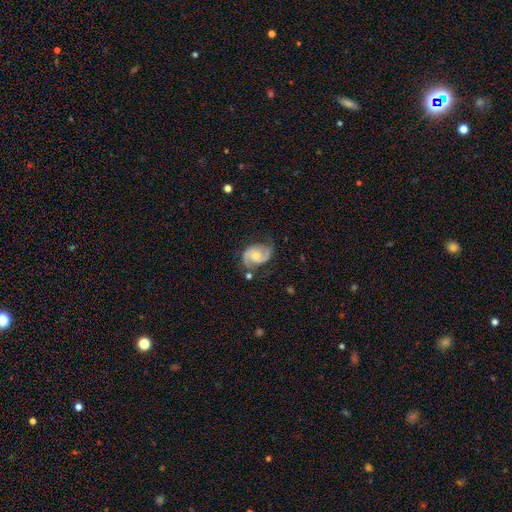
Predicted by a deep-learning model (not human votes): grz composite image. It shows a featured or disk galaxy (86%) with no bar (63%), 2 (91%) medium (51%) spiral arms (97%) and a moderate central bulge (50%). Merging: none (67%).